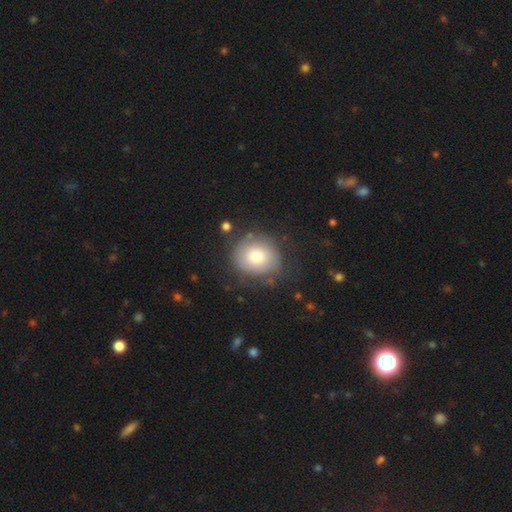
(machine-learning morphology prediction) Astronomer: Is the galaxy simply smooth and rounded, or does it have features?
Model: smooth — 73%.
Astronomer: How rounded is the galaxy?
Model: round — 77%.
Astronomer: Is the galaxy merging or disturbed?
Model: none — 74%.